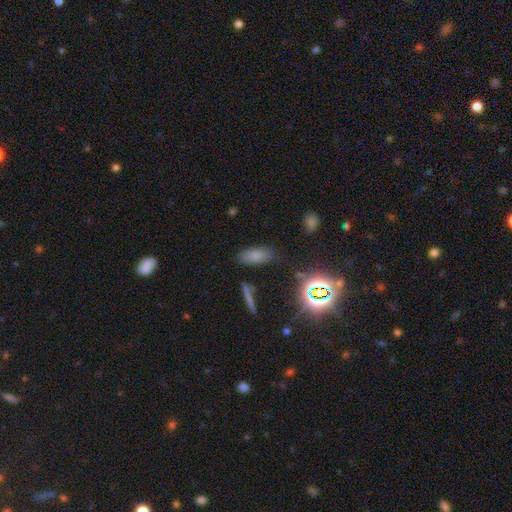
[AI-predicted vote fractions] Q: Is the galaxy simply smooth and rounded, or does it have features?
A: smooth — 73%.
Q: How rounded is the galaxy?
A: in between — 86%.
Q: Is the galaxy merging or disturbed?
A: none — 80%.